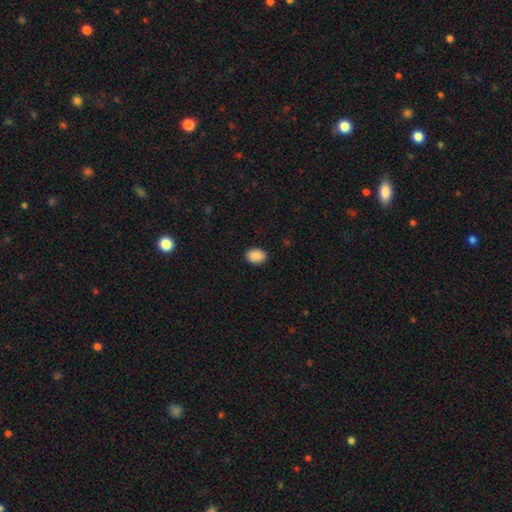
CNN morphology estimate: smooth 90%, star or artifact 7%, featured or disk 3%. Down the decision tree: how rounded — in between (73%); merging — none (89%).